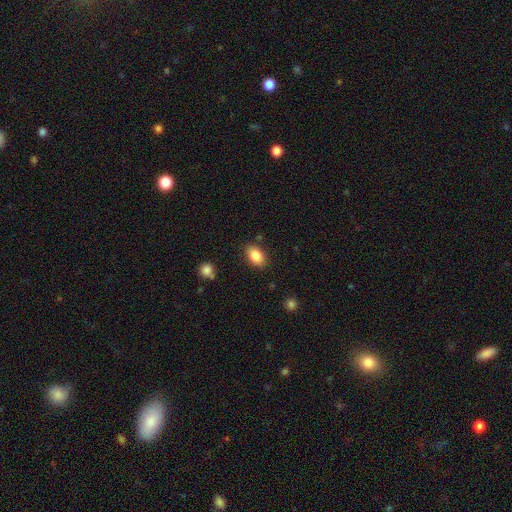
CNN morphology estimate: Smooth or featured? smooth (85%)
How rounded? in between (88%)
Merging? none (84%)